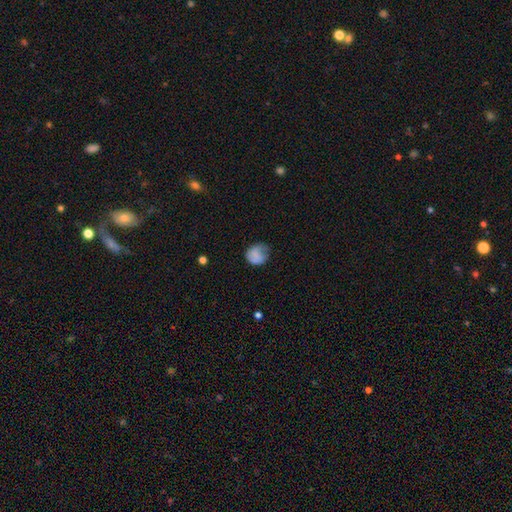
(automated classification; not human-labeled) This is likely a smooth galaxy (76%). How rounded: likely round (73%). Merging: possibly none (50%).